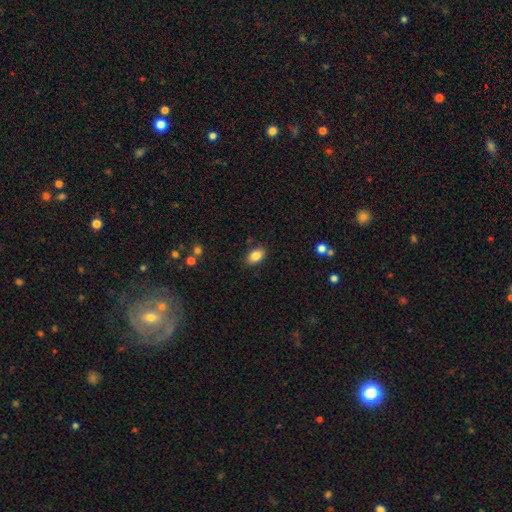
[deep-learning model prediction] Smooth or featured? Predicted: smooth (p=0.85). How rounded? Predicted: in between (p=0.90). Merging? Predicted: none (p=0.85).